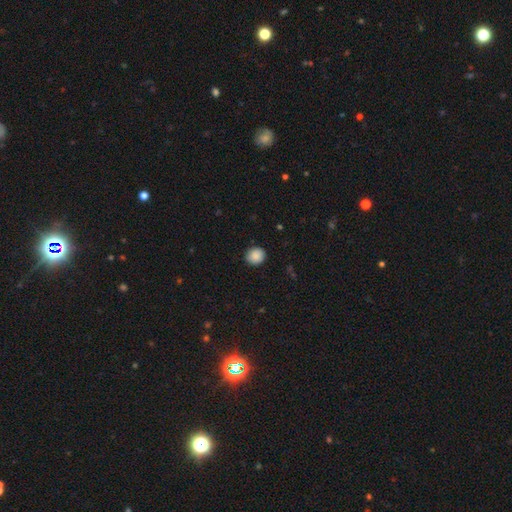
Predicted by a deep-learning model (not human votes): smooth-or-featured: smooth: 88% | star or artifact: 8% | featured or disk: 3%
  how-rounded: round: 82% | in between: 17% | cigar-shaped: 1%
  merging: none: 89% | minor disturbance: 8% | major disturbance: 2% | merger: 1%